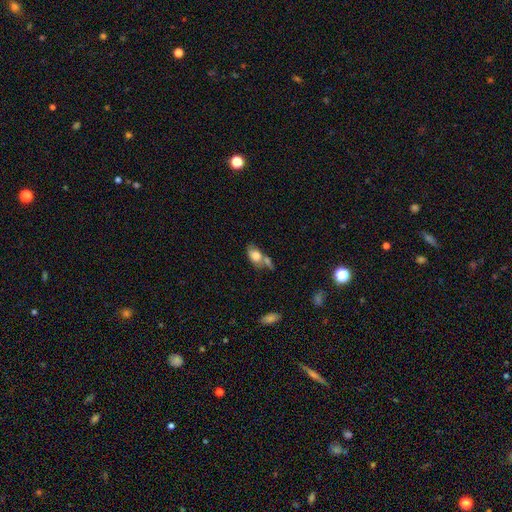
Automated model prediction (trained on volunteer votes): This appears to be a smooth galaxy with no disk features (68%) that is in between round and cigar-shaped (83%). Merging: merger (40%).